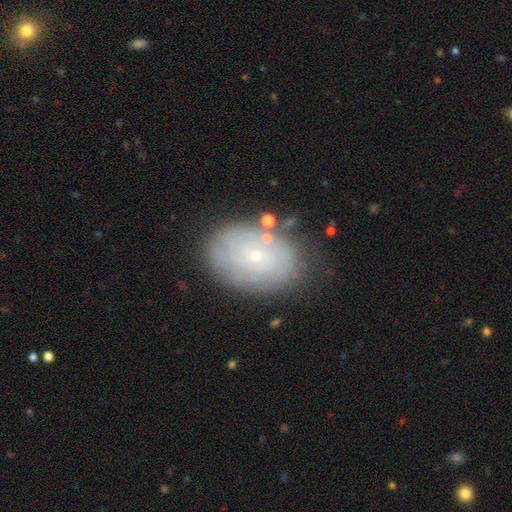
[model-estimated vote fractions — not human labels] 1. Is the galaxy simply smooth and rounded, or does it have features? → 58% featured or disk, 32% smooth, 10% star or artifact.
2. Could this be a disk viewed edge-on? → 95% no, 5% yes.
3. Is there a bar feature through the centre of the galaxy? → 86% no, 11% weak, 2% strong.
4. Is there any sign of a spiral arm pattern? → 69% yes, 31% no.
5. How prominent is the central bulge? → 87% small, 9% moderate, 2% none, 1% large, 1% dominant.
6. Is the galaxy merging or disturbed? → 77% none, 16% minor disturbance, 5% major disturbance, 3% merger.